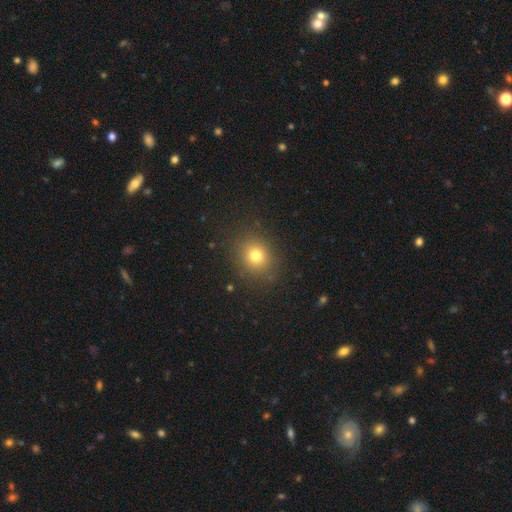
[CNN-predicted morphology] Smooth or featured? Predicted: smooth (p=0.75). How rounded? Predicted: round (p=0.78). Merging? Predicted: none (p=0.87).